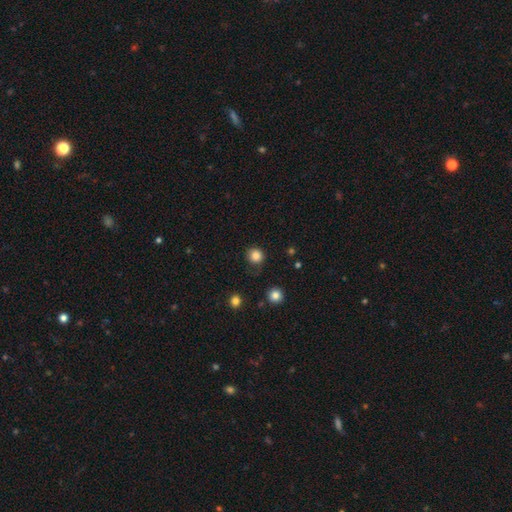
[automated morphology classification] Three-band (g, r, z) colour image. It shows a smooth galaxy with no disk features (84%) that is round (91%). Merging: none (83%).